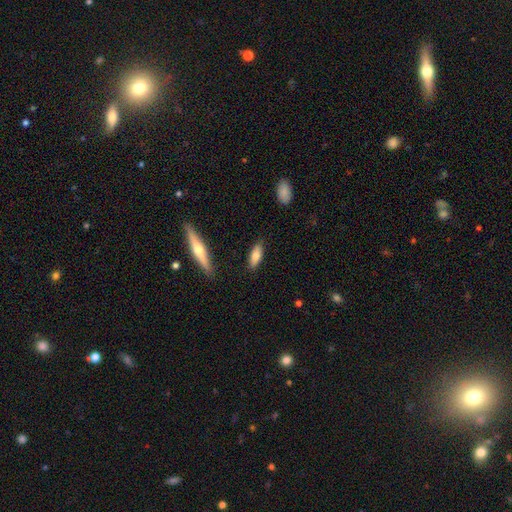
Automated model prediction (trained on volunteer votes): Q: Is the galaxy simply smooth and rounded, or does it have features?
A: smooth — 73%.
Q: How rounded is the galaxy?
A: in between — 57%.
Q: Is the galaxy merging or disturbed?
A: none — 84%.